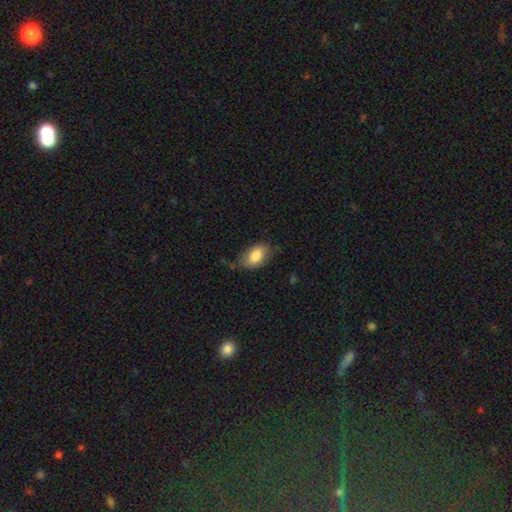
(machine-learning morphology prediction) A smooth galaxy with no disk features (81%) that is in between round and cigar-shaped (92%).

Vote fractions:
- Smooth or featured? smooth: 81% / featured or disk: 12% / star or artifact: 6%
- How rounded? in between: 92% / round: 6% / cigar-shaped: 2%
- Merging? none: 64% / minor disturbance: 27% / major disturbance: 7% / merger: 2%